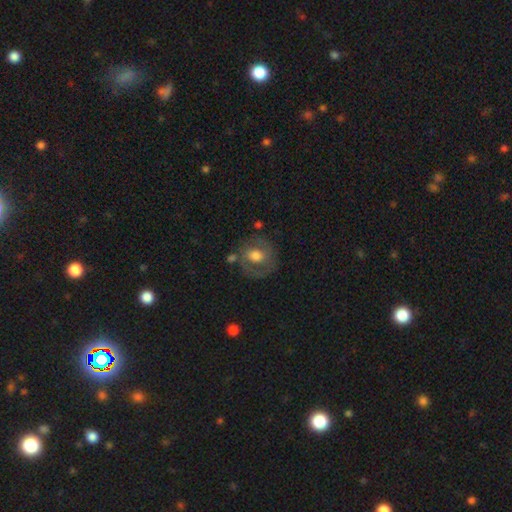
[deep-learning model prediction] Smooth or featured? featured or disk (47%)
Merging? none (66%)